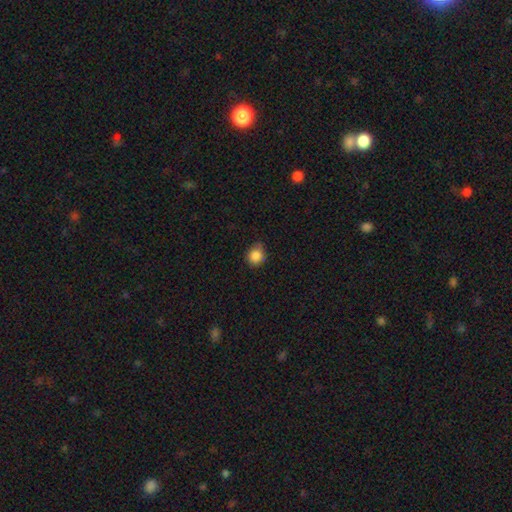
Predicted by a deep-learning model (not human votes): This is clearly a smooth galaxy (86%). How rounded: likely round (74%). Merging: likely none (68%).